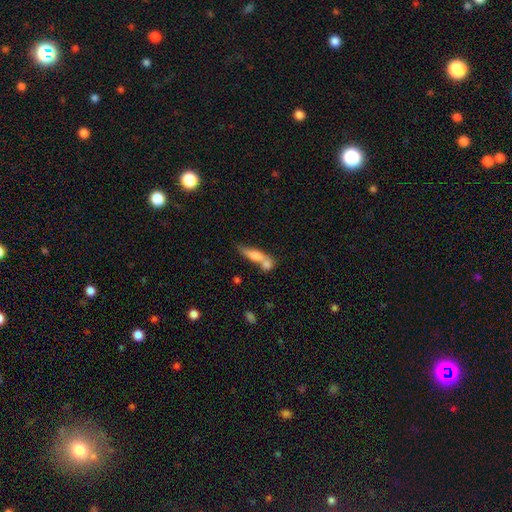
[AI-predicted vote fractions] smooth 69%, featured or disk 23%, star or artifact 8%. Down the decision tree: how rounded — cigar-shaped (57%); merging — merger (52%).